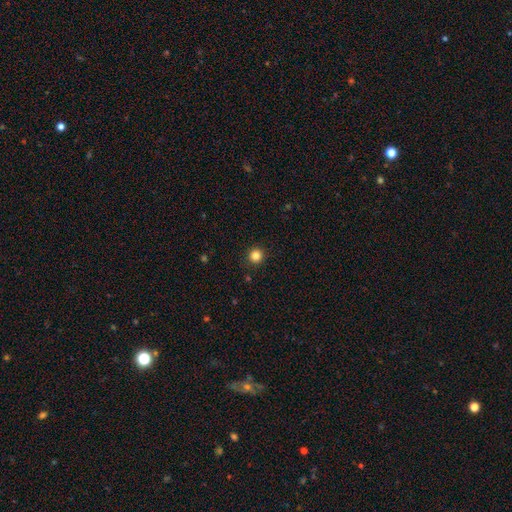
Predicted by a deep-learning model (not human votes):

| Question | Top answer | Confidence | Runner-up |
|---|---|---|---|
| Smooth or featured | smooth | 84% | star or artifact (12%) |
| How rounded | round | 95% | in between (4%) |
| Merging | none | 92% | minor disturbance (5%) |